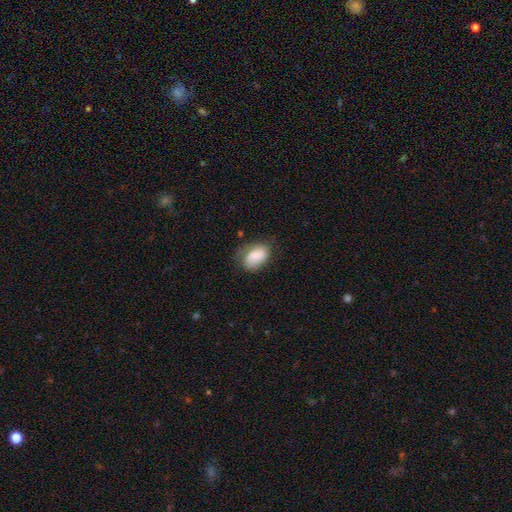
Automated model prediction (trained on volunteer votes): smooth-or-featured: smooth: 74% | featured or disk: 19% | star or artifact: 7%
  how-rounded: in between: 87% | round: 12% | cigar-shaped: 1%
  merging: none: 54% | minor disturbance: 32% | major disturbance: 12% | merger: 2%